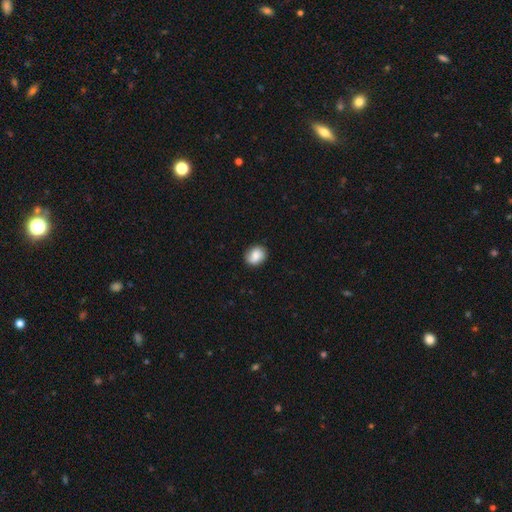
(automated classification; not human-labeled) Overall: smooth (74%). How rounded: round (55%; in between 44%). Merging: none (78%).